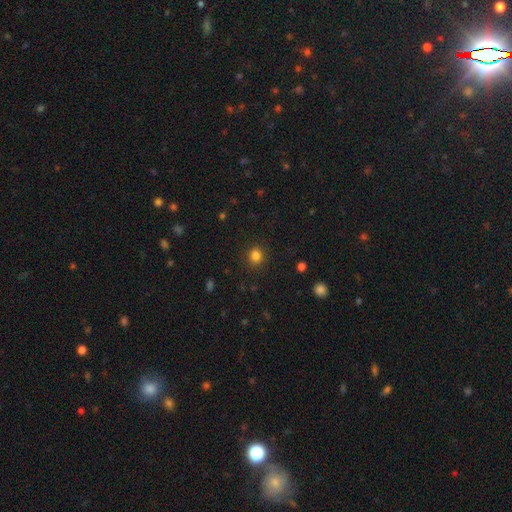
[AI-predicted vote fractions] A smooth galaxy with no disk features (83%) that is round (82%).

Vote fractions:
- Smooth or featured? smooth: 83% / star or artifact: 13% / featured or disk: 4%
- How rounded? round: 82% / in between: 17% / cigar-shaped: 1%
- Merging? none: 89% / minor disturbance: 7% / major disturbance: 3% / merger: 1%